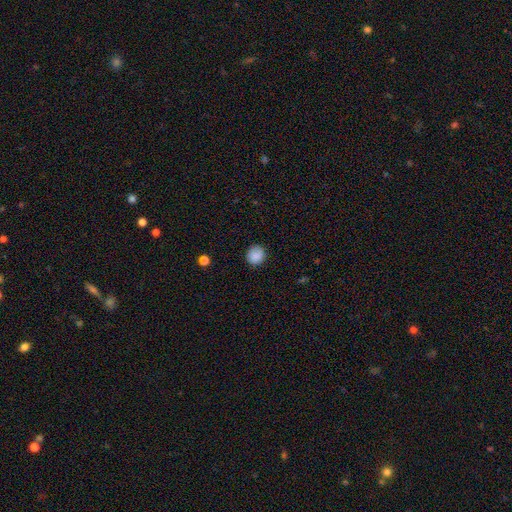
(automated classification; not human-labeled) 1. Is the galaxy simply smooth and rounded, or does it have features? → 88% smooth, 9% star or artifact, 4% featured or disk.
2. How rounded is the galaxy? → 88% round, 11% in between, 1% cigar-shaped.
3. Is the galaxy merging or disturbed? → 87% none, 9% minor disturbance, 2% major disturbance, 1% merger.